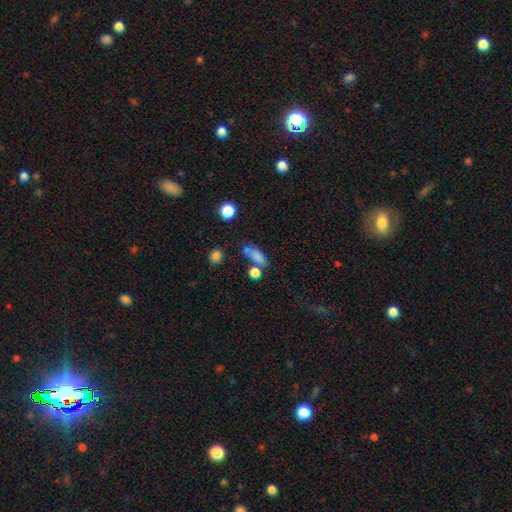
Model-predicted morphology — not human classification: smooth-or-featured: smooth: 74% | star or artifact: 14% | featured or disk: 12%
  how-rounded: in between: 72% | cigar-shaped: 16% | round: 13%
  merging: none: 51% | merger: 23% | minor disturbance: 18% | major disturbance: 9%